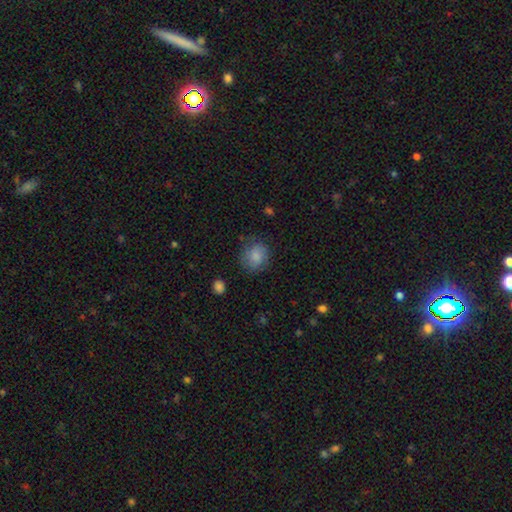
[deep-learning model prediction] smooth 83%, featured or disk 9%, star or artifact 8%. Down the decision tree: how rounded — round (74%); merging — none (75%).